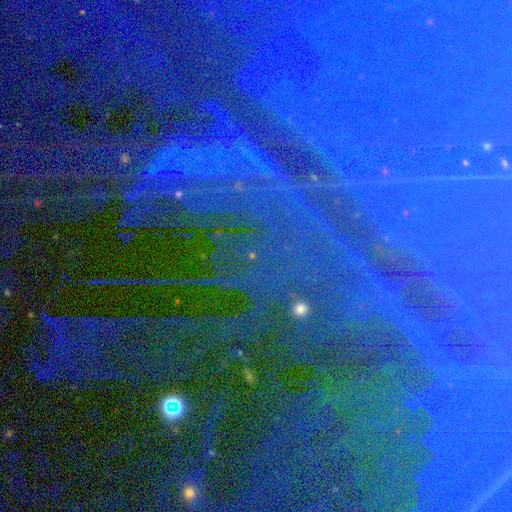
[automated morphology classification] Smooth or featured? star or artifact (86%)